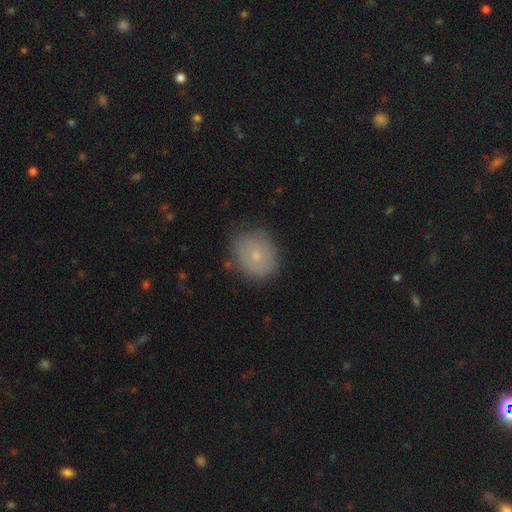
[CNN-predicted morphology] Overall: smooth (66%). How rounded: round (65%; in between 34%). Merging: none (75%).